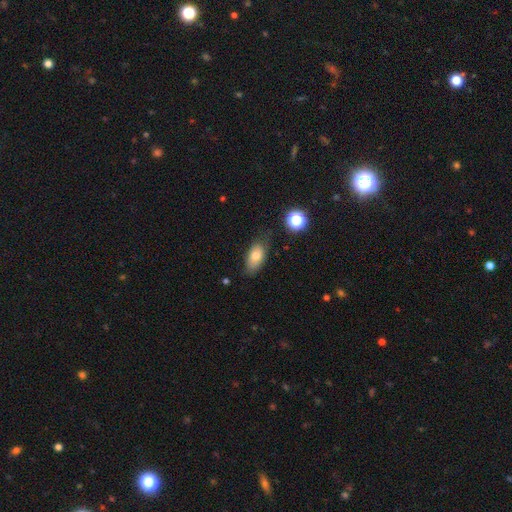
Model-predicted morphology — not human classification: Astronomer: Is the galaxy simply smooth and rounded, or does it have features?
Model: smooth — 73%.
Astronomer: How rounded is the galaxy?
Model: in between — 88%.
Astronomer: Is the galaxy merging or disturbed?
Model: none — 68%.